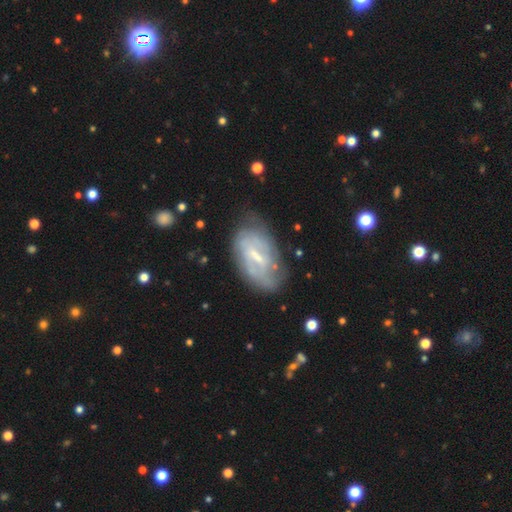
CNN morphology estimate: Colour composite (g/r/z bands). It shows a featured or disk galaxy (68%) with a weak bar (50%), spiral arms (67%) and a small central bulge (43%). Merging: none (60%).